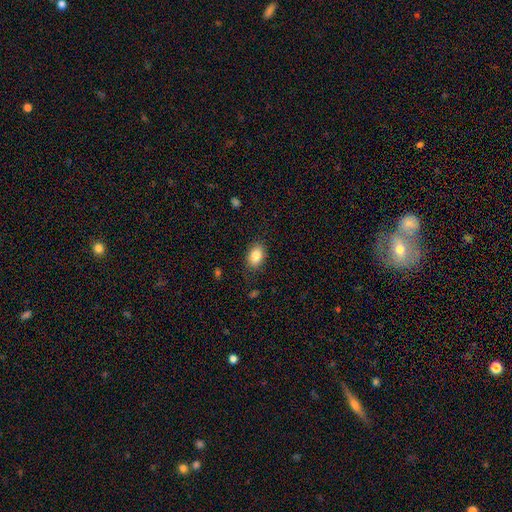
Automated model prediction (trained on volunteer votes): Q: Smooth or featured?
A: smooth (85%); runner-up: star or artifact (8%)
Q: How rounded?
A: in between (84%); runner-up: round (14%)
Q: Merging?
A: none (83%); runner-up: minor disturbance (13%)